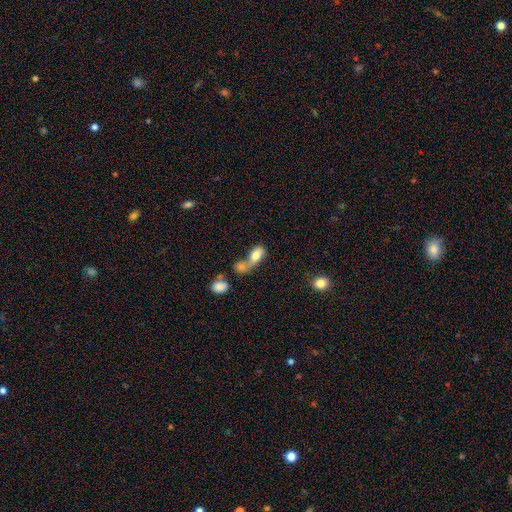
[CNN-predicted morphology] smooth_or_featured: smooth (p=0.75) [alt: featured or disk p=0.17]
how_rounded: in between (p=0.82) [alt: round p=0.12]
merging: merger (p=0.61) [alt: none p=0.19]